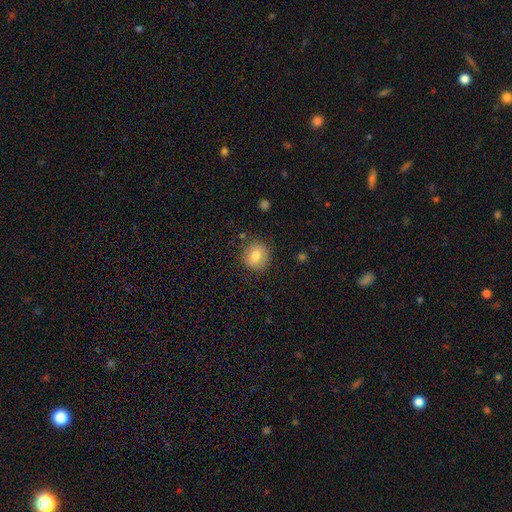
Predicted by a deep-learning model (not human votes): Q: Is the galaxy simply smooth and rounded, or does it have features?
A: smooth — 76%.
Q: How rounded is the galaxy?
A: round — 90%.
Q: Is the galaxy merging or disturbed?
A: none — 86%.